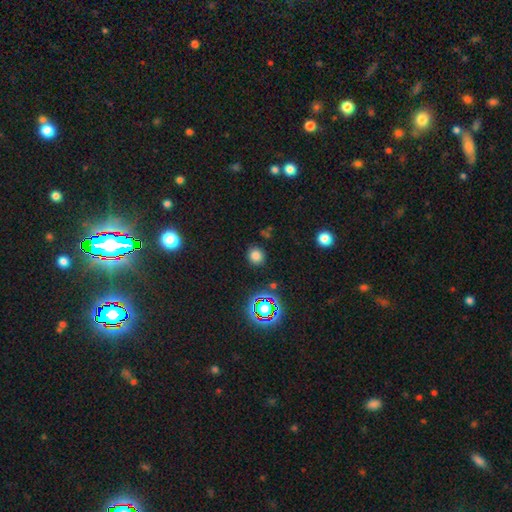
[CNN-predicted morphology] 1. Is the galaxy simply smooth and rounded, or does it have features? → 74% smooth, 20% star or artifact, 5% featured or disk.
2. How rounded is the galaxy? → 88% round, 11% in between, 1% cigar-shaped.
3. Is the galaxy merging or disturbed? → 87% none, 8% minor disturbance, 3% major disturbance, 2% merger.